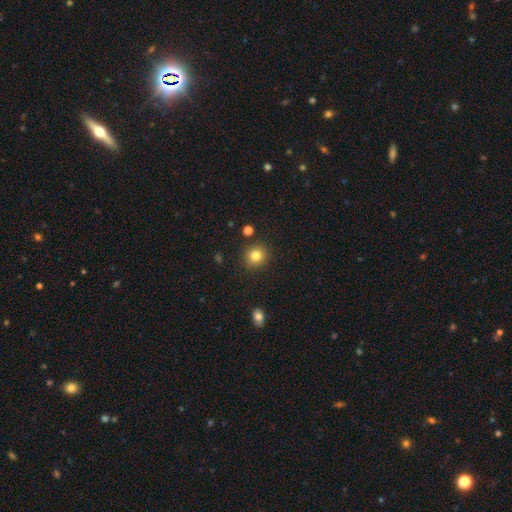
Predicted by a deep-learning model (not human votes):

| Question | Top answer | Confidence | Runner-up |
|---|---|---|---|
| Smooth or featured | smooth | 82% | star or artifact (11%) |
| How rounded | round | 86% | in between (13%) |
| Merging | none | 89% | minor disturbance (7%) |